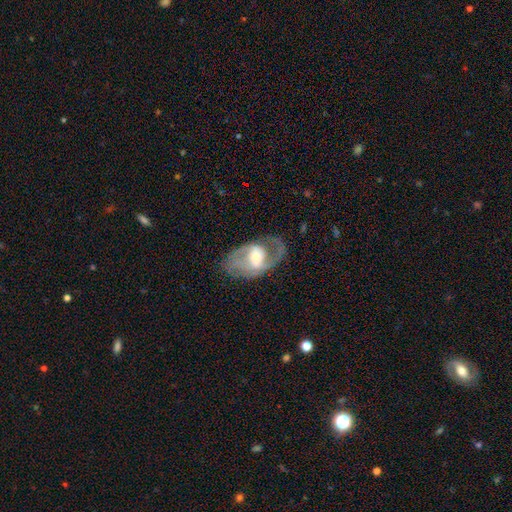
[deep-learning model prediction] A featured or disk galaxy (80%) with a weak bar (49%), 2 (66%) medium (50%) spiral arms (89%) and a moderate central bulge (49%). Merging: none (62%).